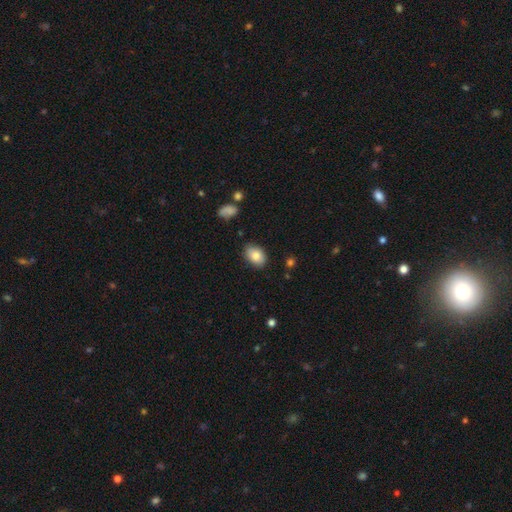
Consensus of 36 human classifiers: A smooth galaxy with no disk features (86%) that is in between round and cigar-shaped (94%). Merging: none (83%).